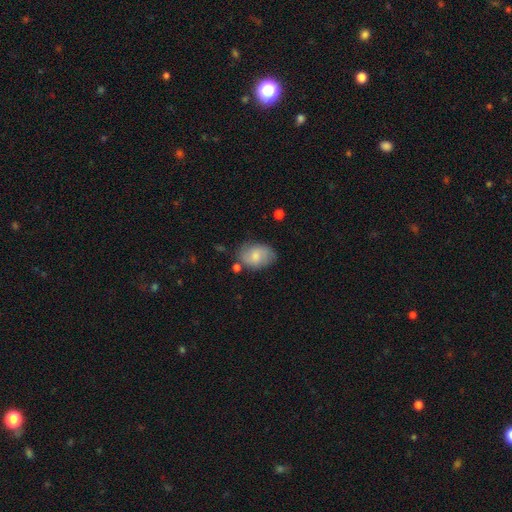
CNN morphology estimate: Overall: smooth (65%; featured or disk 28%). How rounded: in between (80%). Merging: none (67%).